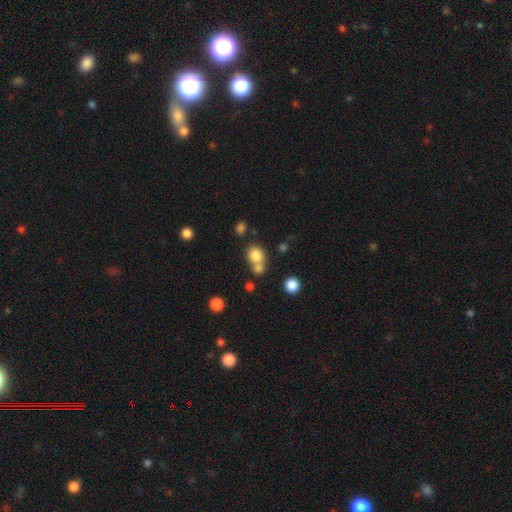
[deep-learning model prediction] smooth-or-featured: smooth: 80% | star or artifact: 12% | featured or disk: 8%
  how-rounded: round: 74% | in between: 25% | cigar-shaped: 1%
  merging: none: 49% | merger: 39% | minor disturbance: 8% | major disturbance: 4%